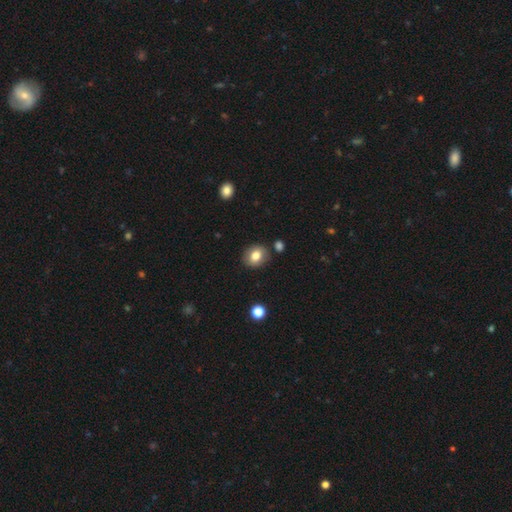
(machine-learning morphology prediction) smooth_or_featured: smooth (p=0.78) [alt: featured or disk p=0.13]
how_rounded: round (p=0.63) [alt: in between p=0.37]
merging: none (p=0.84) [alt: minor disturbance p=0.10]